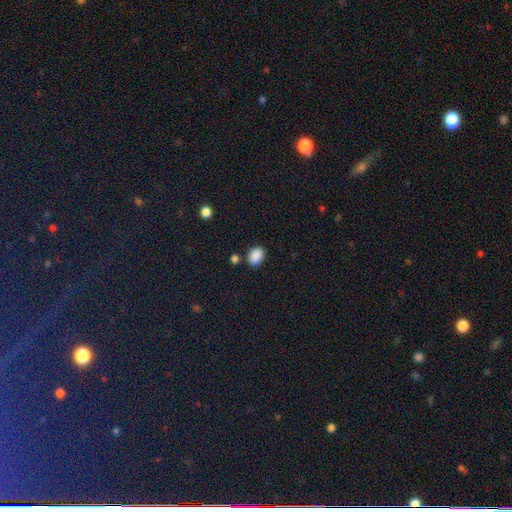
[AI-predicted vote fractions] A smooth galaxy with no disk features (89%) that is in between round and cigar-shaped (80%).

Vote fractions:
- Smooth or featured? smooth: 89% / star or artifact: 8% / featured or disk: 3%
- How rounded? in between: 80% / round: 19% / cigar-shaped: 1%
- Merging? none: 83% / minor disturbance: 11% / merger: 4% / major disturbance: 3%